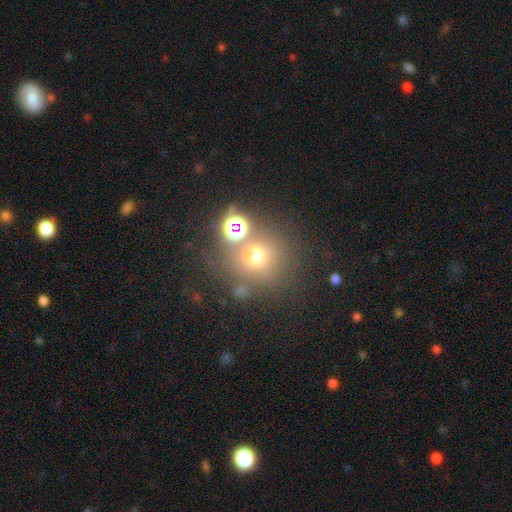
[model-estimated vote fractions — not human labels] smooth_or_featured: smooth (p=0.64) [alt: star or artifact p=0.24]
how_rounded: round (p=0.84) [alt: in between p=0.15]
merging: none (p=0.63) [alt: merger p=0.18]